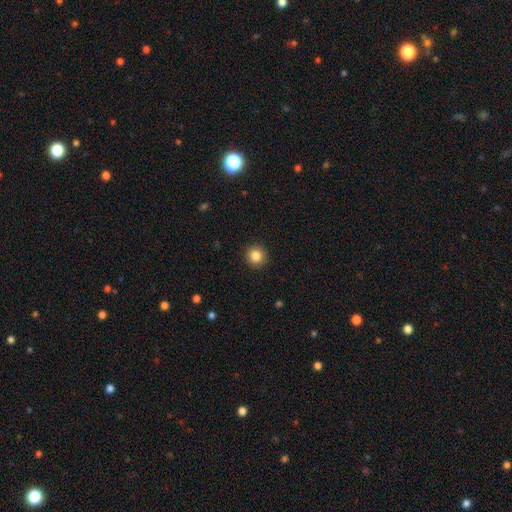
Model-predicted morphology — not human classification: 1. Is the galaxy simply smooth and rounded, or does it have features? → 85% smooth, 10% star or artifact, 5% featured or disk.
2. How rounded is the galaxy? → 93% round, 6% in between, 1% cigar-shaped.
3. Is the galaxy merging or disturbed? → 92% none, 5% minor disturbance, 2% major disturbance, 1% merger.